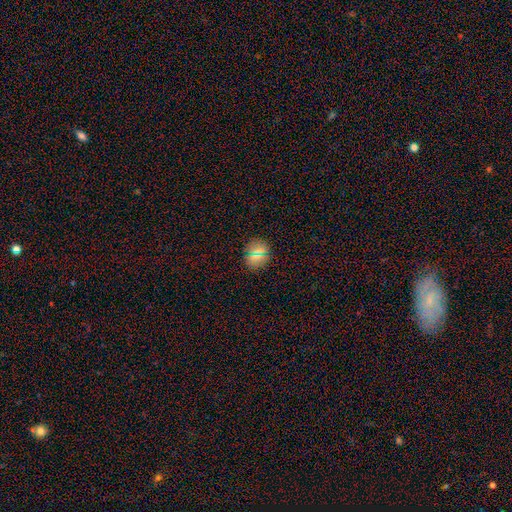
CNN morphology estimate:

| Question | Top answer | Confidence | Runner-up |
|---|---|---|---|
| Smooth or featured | smooth | 72% | star or artifact (19%) |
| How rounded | round | 74% | in between (23%) |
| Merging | none | 89% | minor disturbance (7%) |